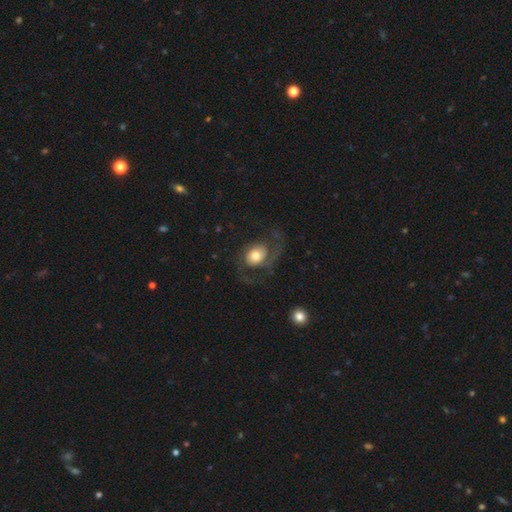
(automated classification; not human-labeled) A featured or disk galaxy (63%) with no bar (73%), 2 (77%) loose (46%) spiral arms (86%) and a moderate central bulge (54%). Merging: none (53%).